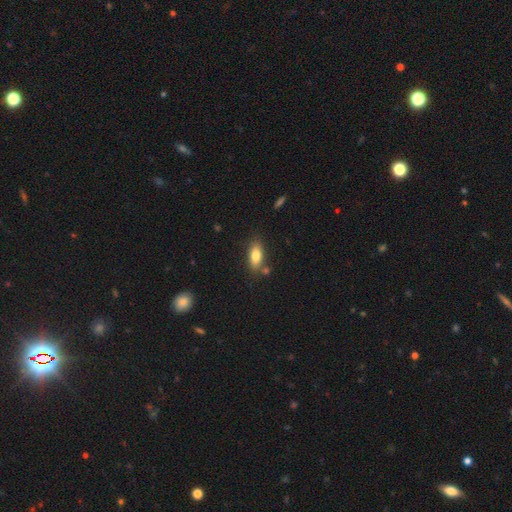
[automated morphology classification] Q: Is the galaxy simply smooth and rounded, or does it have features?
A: smooth — 80%.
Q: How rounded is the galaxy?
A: in between — 80%.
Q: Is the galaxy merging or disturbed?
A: none — 76%.